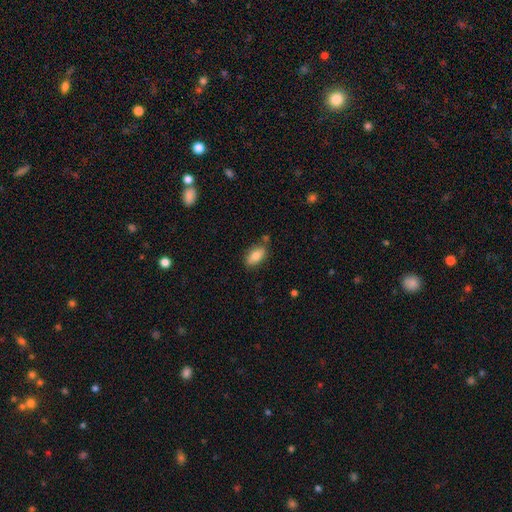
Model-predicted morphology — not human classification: Smooth or featured: smooth — 81% (featured or disk — 11%)
How rounded: in between — 90% (cigar-shaped — 6%)
Merging: none — 79% (minor disturbance — 14%)